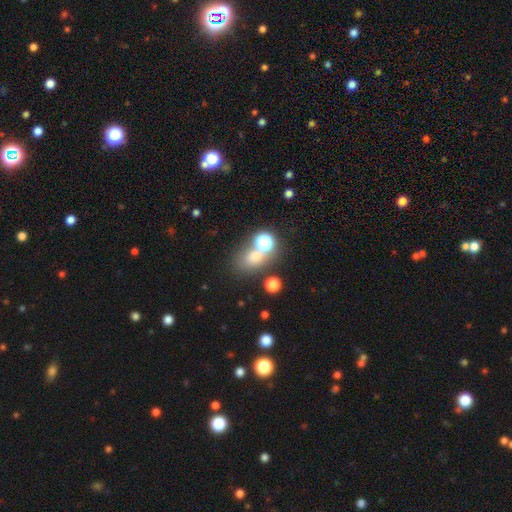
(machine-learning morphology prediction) A smooth galaxy with no disk features (61%) that is round (53%).

Vote fractions:
- Smooth or featured? smooth: 61% / star or artifact: 28% / featured or disk: 12%
- How rounded? round: 53% / in between: 45% / cigar-shaped: 2%
- Merging? none: 57% / merger: 25% / minor disturbance: 11% / major disturbance: 6%